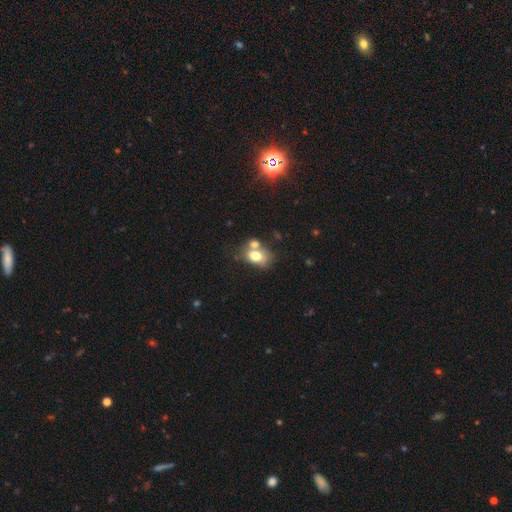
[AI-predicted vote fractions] Smooth or featured? smooth (71%)
How rounded? in between (67%)
Merging? merger (43%)